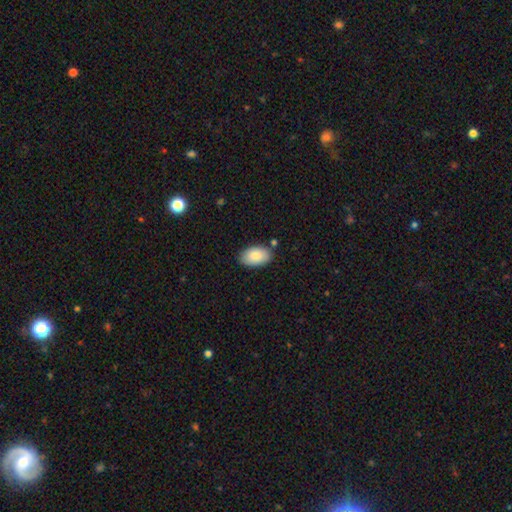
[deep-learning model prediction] Smooth or featured? smooth (85%)
How rounded? in between (95%)
Merging? none (82%)